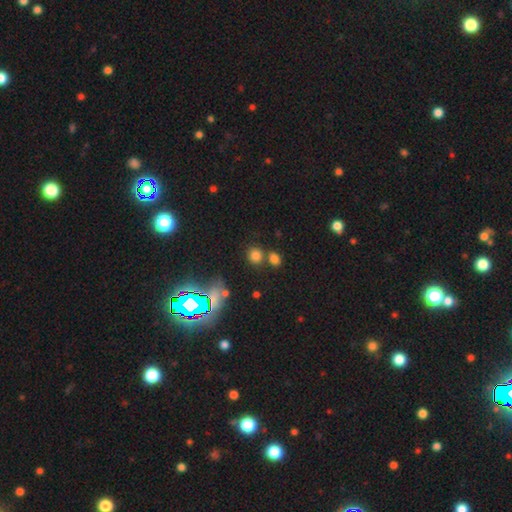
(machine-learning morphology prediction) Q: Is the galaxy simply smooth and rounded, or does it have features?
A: smooth — 69%.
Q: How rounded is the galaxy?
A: round — 77%.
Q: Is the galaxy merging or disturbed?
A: none — 65%.